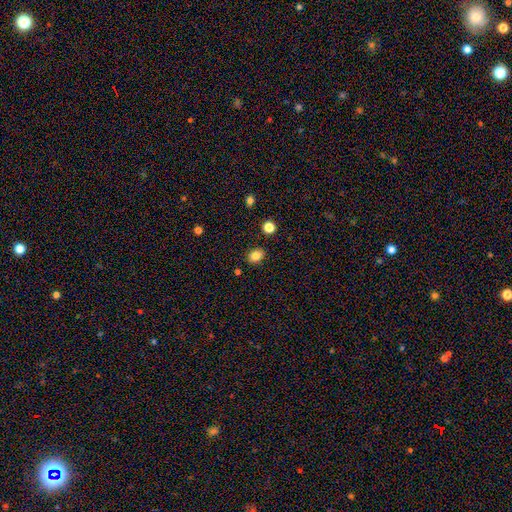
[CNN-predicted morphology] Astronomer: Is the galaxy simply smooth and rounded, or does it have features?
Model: smooth — 83%.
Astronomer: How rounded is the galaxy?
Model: in between — 61% (runner-up: round, 38%).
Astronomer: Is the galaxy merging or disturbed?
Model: none — 86%.